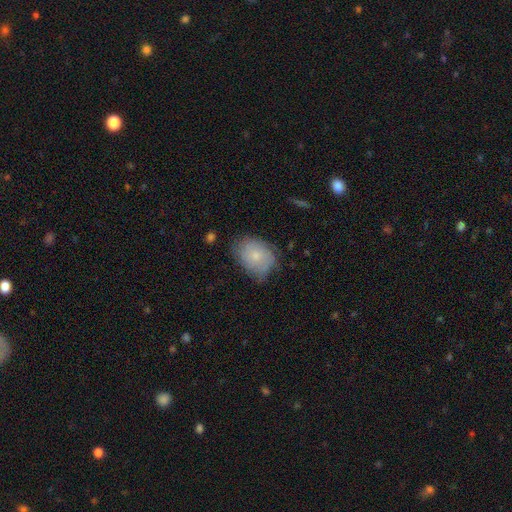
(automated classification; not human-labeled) smooth_or_featured: smooth (p=0.72) [alt: featured or disk p=0.21]
how_rounded: in between (p=0.65) [alt: round p=0.34]
merging: none (p=0.59) [alt: minor disturbance p=0.32]